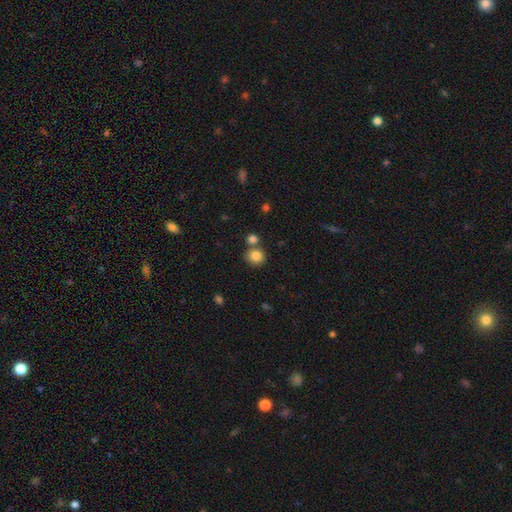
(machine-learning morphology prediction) Overall: smooth (84%). How rounded: round (82%). Merging: none (65%).